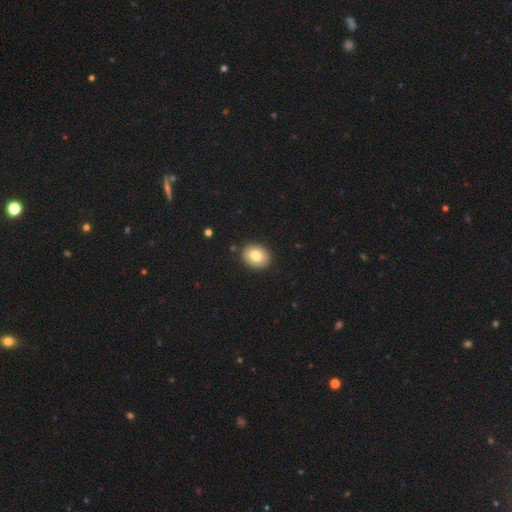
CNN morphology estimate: A smooth galaxy with no disk features (78%) that is in between round and cigar-shaped (53%). Merging: none (89%).